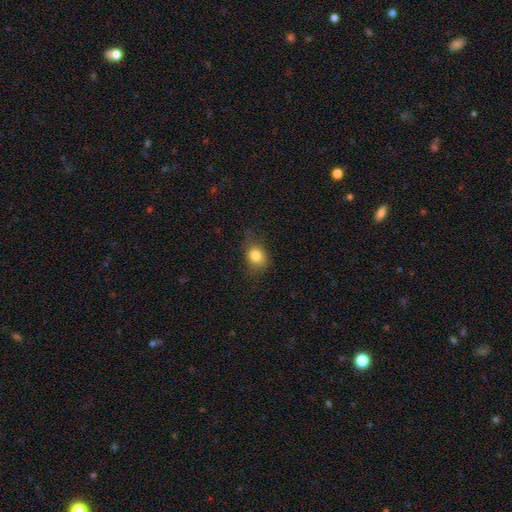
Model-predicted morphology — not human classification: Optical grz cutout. It shows a smooth galaxy with no disk features (81%) that is round (51%). Merging: none (66%).